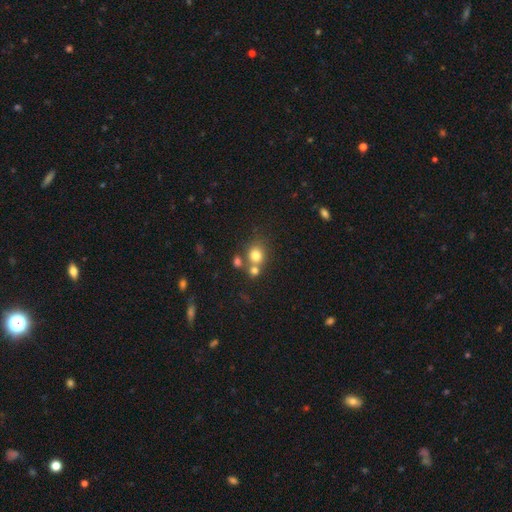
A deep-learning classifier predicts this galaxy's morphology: This appears to be a smooth galaxy with no disk features (77%) that is round (79%). Merging: none (53%).